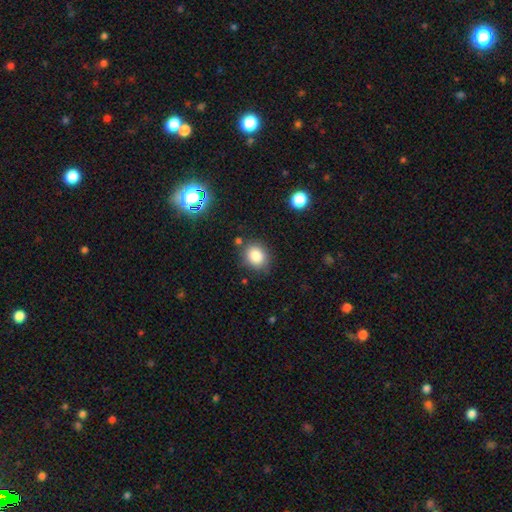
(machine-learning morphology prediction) A smooth galaxy with no disk features (85%) that is round (66%).

Vote fractions:
- Smooth or featured? smooth: 85% / star or artifact: 10% / featured or disk: 5%
- How rounded? round: 66% / in between: 33% / cigar-shaped: 1%
- Merging? none: 79% / minor disturbance: 14% / merger: 4% / major disturbance: 4%